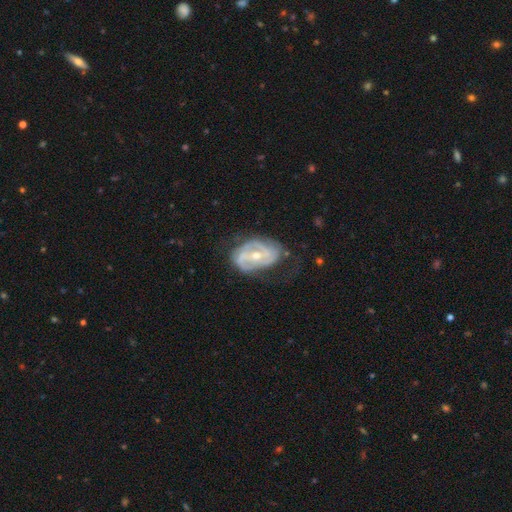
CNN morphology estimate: A featured or disk galaxy (84%) with a weak bar (40%), 2 (60%) tight (45%) spiral arms (89%) and a moderate central bulge (50%). Merging: none (54%).